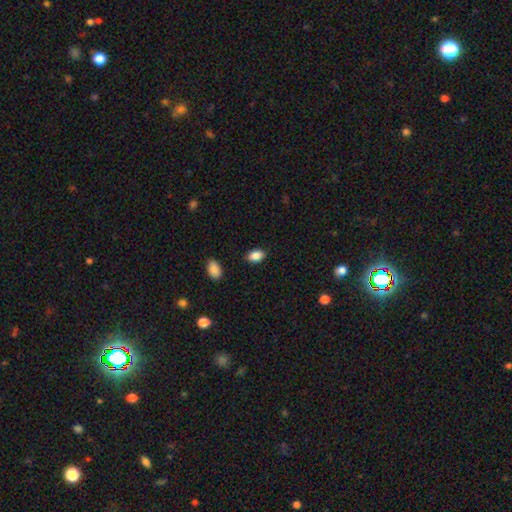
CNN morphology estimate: Smooth or featured?
  - smooth: 88% *
  - star or artifact: 8%
  - featured or disk: 4%
How rounded?
  - in between: 87% *
  - round: 11%
  - cigar-shaped: 1%
Merging?
  - none: 88% *
  - minor disturbance: 9%
  - major disturbance: 2%
  - merger: 2%